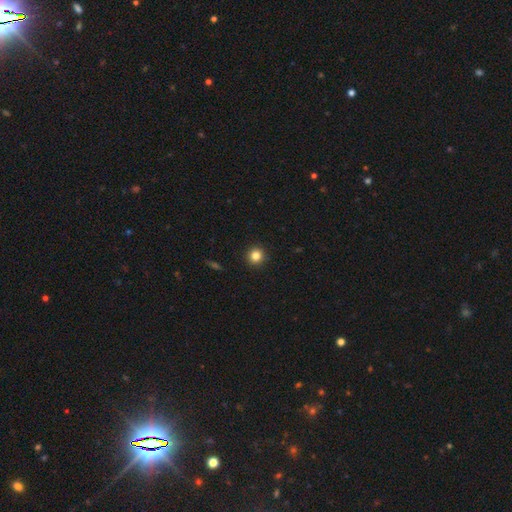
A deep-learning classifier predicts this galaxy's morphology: smooth_or_featured: smooth (p=0.83) [alt: star or artifact p=0.12]
how_rounded: round (p=0.95) [alt: in between p=0.04]
merging: none (p=0.93) [alt: minor disturbance p=0.04]